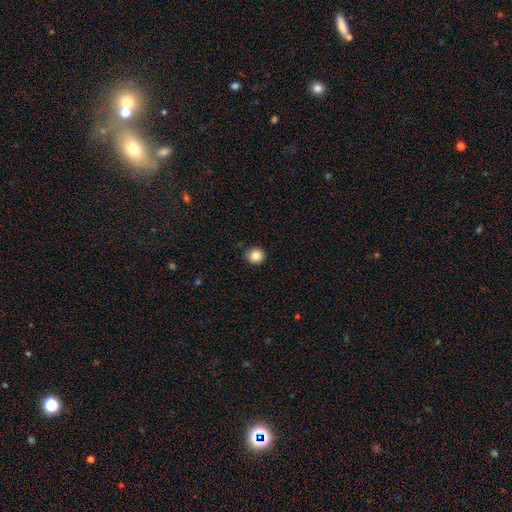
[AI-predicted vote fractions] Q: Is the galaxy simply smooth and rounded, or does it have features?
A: smooth — 84%.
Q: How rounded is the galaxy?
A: round — 89%.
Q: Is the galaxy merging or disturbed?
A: none — 88%.